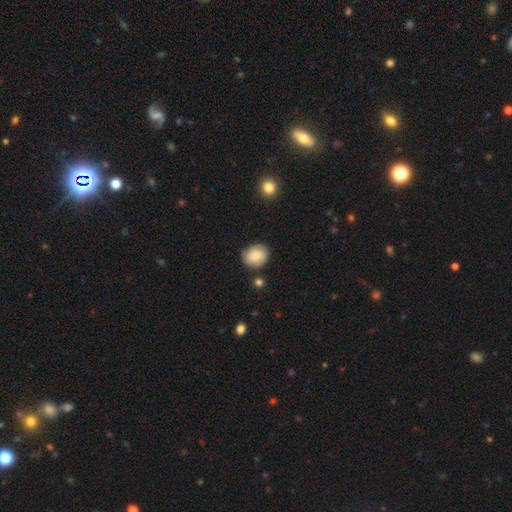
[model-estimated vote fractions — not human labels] smooth-or-featured: smooth: 79% | featured or disk: 13% | star or artifact: 8%
  how-rounded: round: 70% | in between: 29% | cigar-shaped: 1%
  merging: none: 80% | minor disturbance: 14% | merger: 3% | major disturbance: 3%